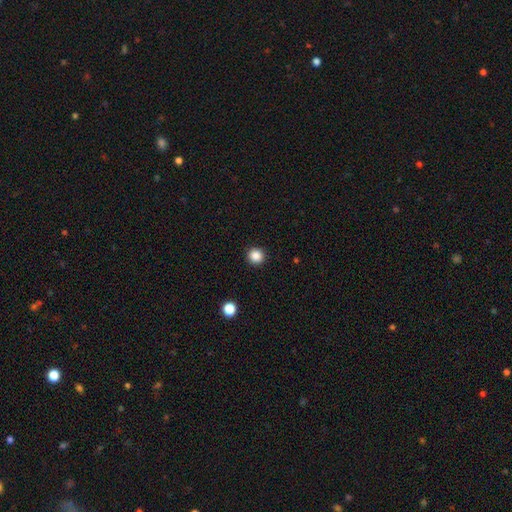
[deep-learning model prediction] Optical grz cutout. It shows a smooth galaxy with no disk features (86%) that is round (94%). Merging: none (93%).